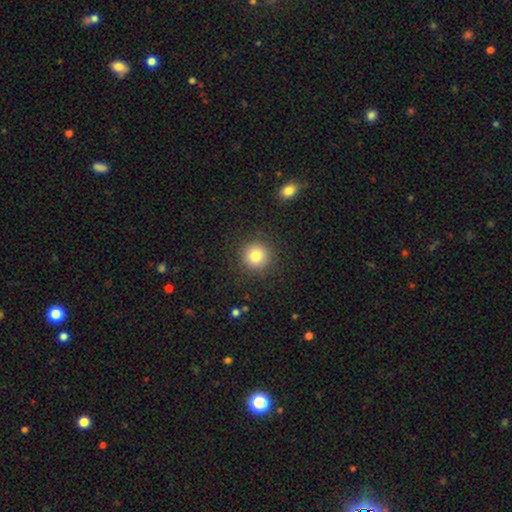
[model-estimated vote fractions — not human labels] The model was most divided on "smooth or featured": smooth: 81%, star or artifact: 12%, featured or disk: 8%. More confident: how rounded — round (94%); merging — none (90%).